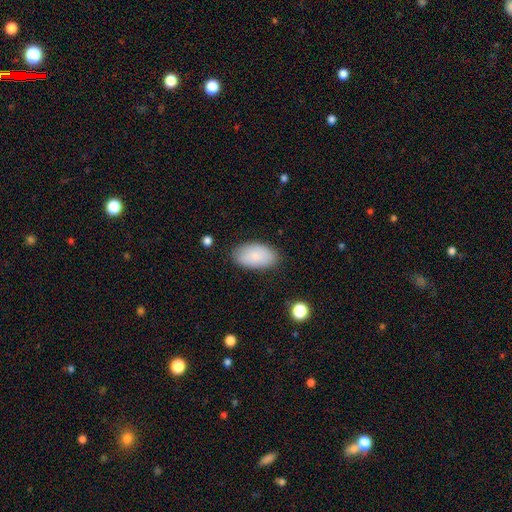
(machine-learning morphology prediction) Smooth or featured: smooth — 85% (featured or disk — 9%)
How rounded: in between — 95% (round — 3%)
Merging: none — 84% (minor disturbance — 12%)